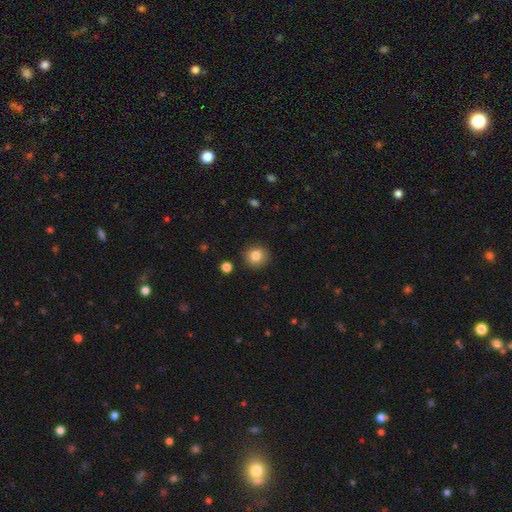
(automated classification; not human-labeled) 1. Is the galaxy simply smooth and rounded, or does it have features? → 82% smooth, 10% star or artifact, 8% featured or disk.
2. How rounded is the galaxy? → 89% round, 10% in between, 1% cigar-shaped.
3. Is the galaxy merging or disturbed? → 88% none, 8% minor disturbance, 2% major disturbance, 2% merger.